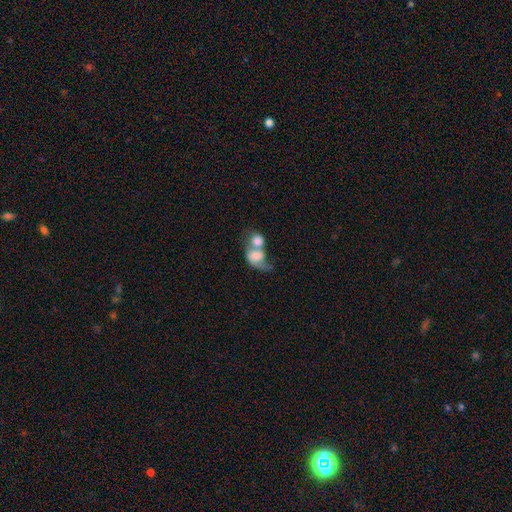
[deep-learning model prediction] Q: Smooth or featured?
A: smooth (57%); runner-up: featured or disk (35%)
Q: How rounded?
A: in between (53%); runner-up: round (45%)
Q: Merging?
A: merger (74%); runner-up: major disturbance (12%)